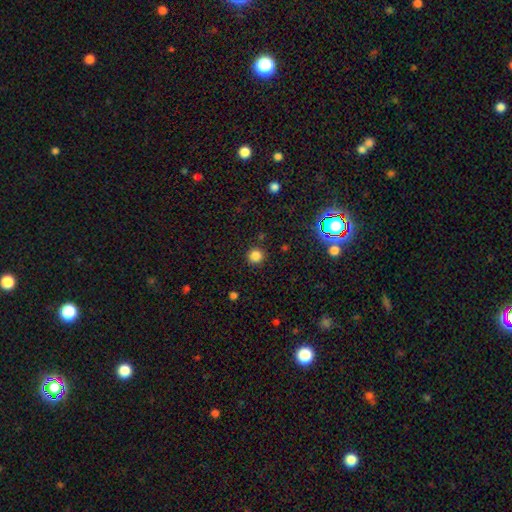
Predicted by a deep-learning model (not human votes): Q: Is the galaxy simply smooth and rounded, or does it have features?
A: smooth — 83%.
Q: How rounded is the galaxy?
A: round — 94%.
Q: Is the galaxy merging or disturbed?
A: none — 90%.